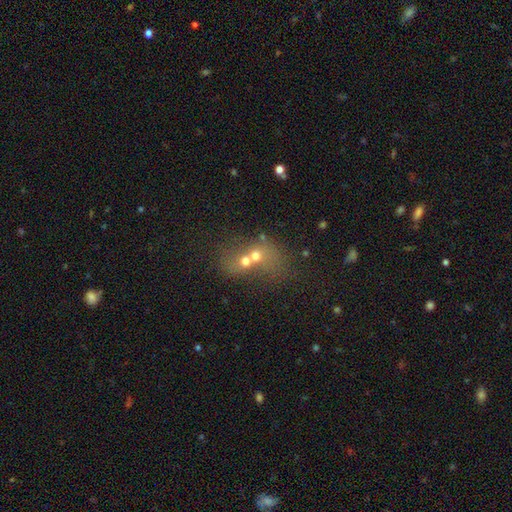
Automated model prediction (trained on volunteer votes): Morphology: type=smooth (55%); roundness=round (61%); merging=merger (72%).